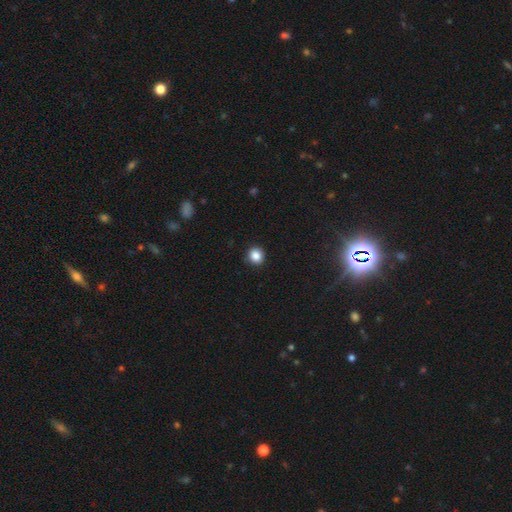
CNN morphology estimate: A smooth galaxy with no disk features (86%) that is round (86%).

Vote fractions:
- Smooth or featured? smooth: 86% / star or artifact: 11% / featured or disk: 4%
- How rounded? round: 86% / in between: 13% / cigar-shaped: 1%
- Merging? none: 91% / minor disturbance: 6% / major disturbance: 2% / merger: 1%